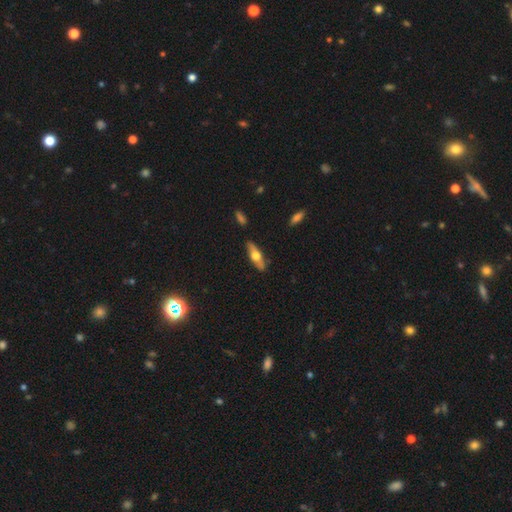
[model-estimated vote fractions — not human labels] A featured or disk galaxy (51%) viewed edge-on (84%). Merging: none (84%).